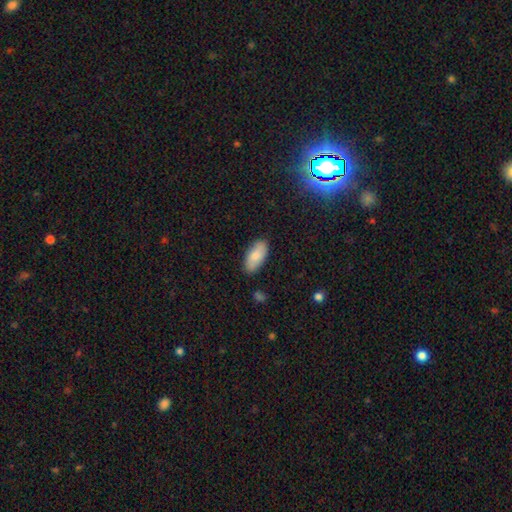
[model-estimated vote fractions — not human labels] Smooth or featured?
  - smooth: 81% *
  - featured or disk: 13%
  - star or artifact: 6%
How rounded?
  - in between: 92% *
  - cigar-shaped: 6%
  - round: 2%
Merging?
  - none: 84% *
  - minor disturbance: 12%
  - major disturbance: 2%
  - merger: 1%